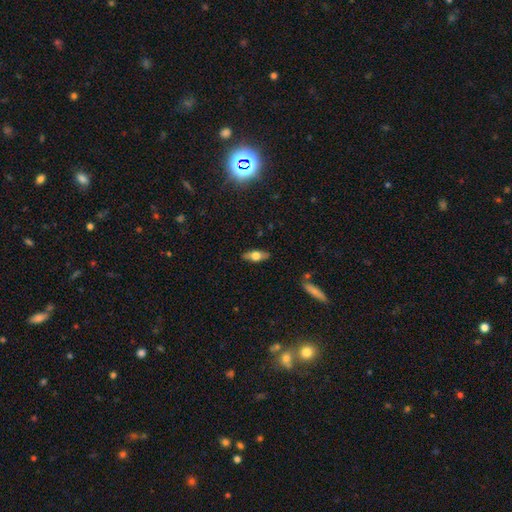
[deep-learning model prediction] Q: Smooth or featured?
A: smooth (54%); runner-up: featured or disk (39%)
Q: How rounded?
A: in between (67%); runner-up: cigar-shaped (29%)
Q: Merging?
A: none (86%); runner-up: minor disturbance (10%)